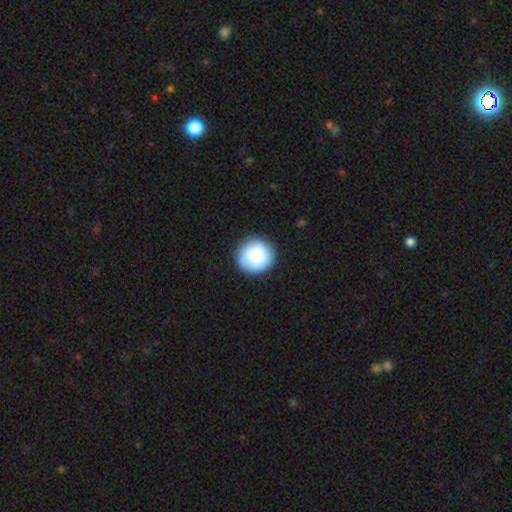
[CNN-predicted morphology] This is clearly a smooth galaxy (84%). How rounded: clearly round (92%). Merging: clearly none (89%).